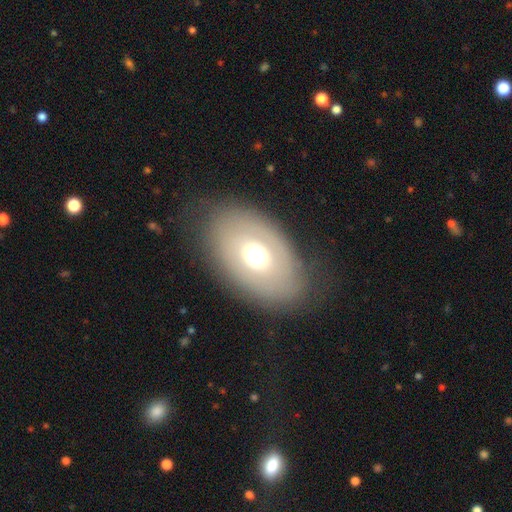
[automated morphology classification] smooth_or_featured: smooth (p=0.55) [alt: featured or disk p=0.35]
how_rounded: in between (p=0.83) [alt: round p=0.16]
merging: none (p=0.81) [alt: minor disturbance p=0.11]